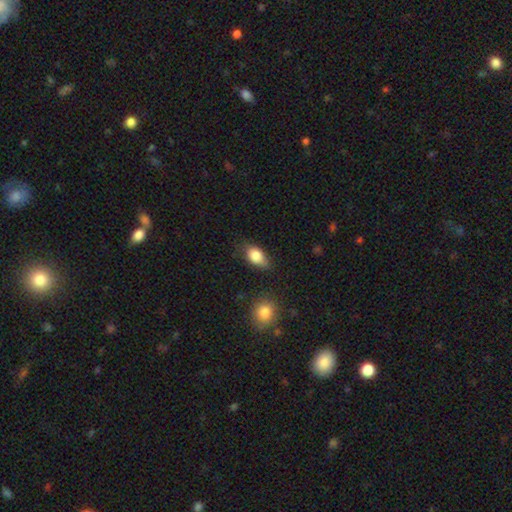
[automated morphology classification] Smooth or featured: smooth — 83% (featured or disk — 10%)
How rounded: in between — 86% (round — 10%)
Merging: none — 66% (minor disturbance — 26%)